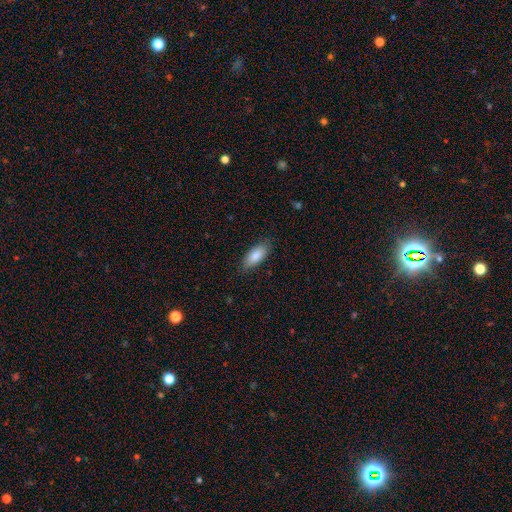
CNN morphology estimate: This is clearly a smooth galaxy (86%). How rounded: clearly in between (84%). Merging: clearly none (84%).